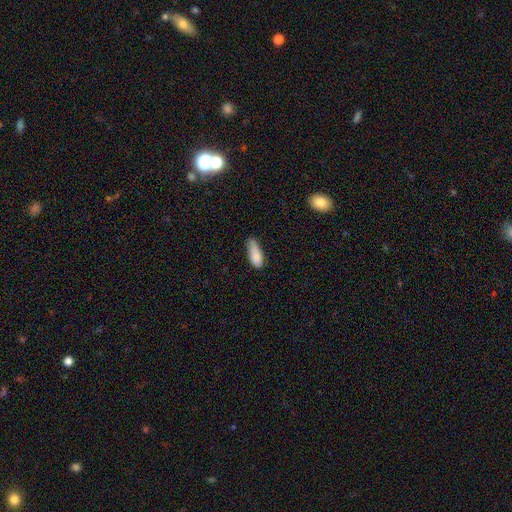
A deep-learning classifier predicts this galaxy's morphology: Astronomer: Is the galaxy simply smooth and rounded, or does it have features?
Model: smooth — 85%.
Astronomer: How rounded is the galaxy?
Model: in between — 71%.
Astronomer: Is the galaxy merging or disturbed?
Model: none — 48% (runner-up: minor disturbance, 39%).